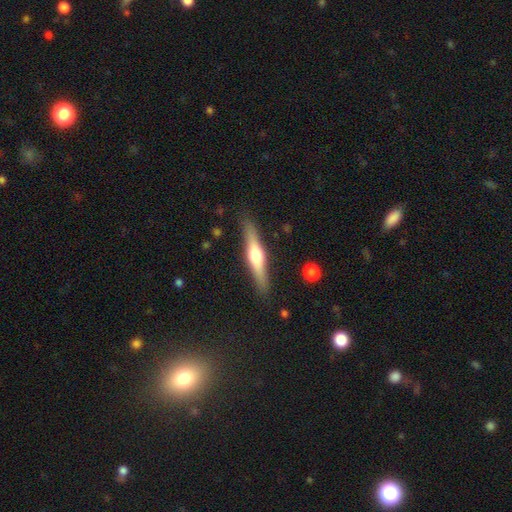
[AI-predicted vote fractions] This is possibly a featured or disk galaxy (60%). It is clearly viewed edge-on (95%). Edge-on bulge: clearly rounded (89%). Merging: clearly none (87%).